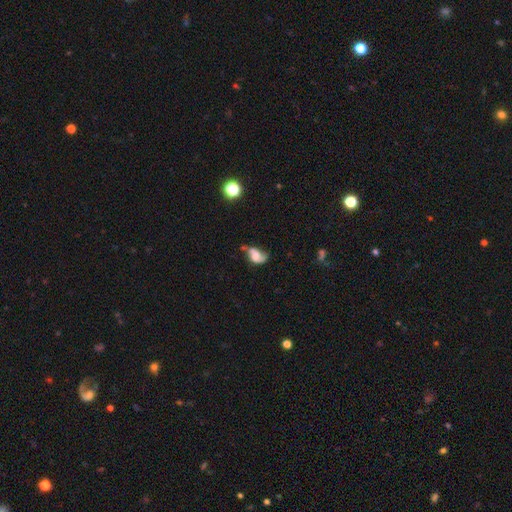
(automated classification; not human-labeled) smooth-or-featured: featured or disk: 54% | smooth: 36% | star or artifact: 11%
  disk-edge-on: no: 96% | yes: 4%
    bar: no: 64% | weak: 28% | strong: 8%
    has-spiral-arms: yes: 79% | no: 21%
    bulge-size: moderate: 27% | none: 26% | small: 22% | large: 20% | dominant: 5%
  merging: none: 34% | minor disturbance: 27% | major disturbance: 23% | merger: 17%